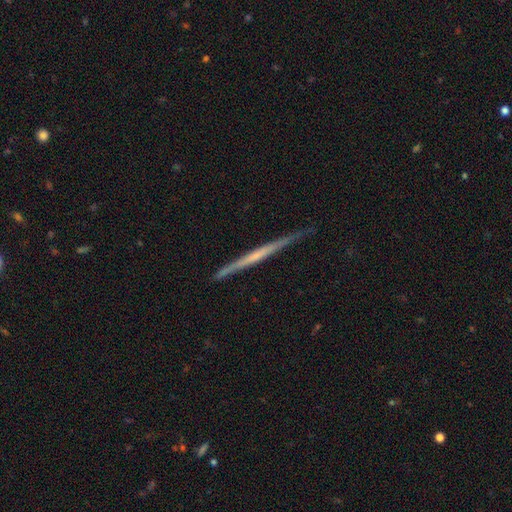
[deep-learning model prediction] Overall: featured or disk (66%; smooth 29%). Edge-on disk: yes (98%). Edge-on bulge: none (80%). Merging: none (86%).